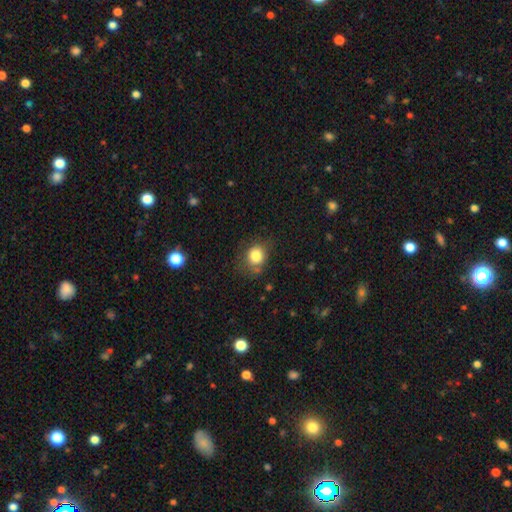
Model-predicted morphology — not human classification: smooth_or_featured: smooth (p=0.82) [alt: star or artifact p=0.10]
how_rounded: round (p=0.66) [alt: in between p=0.34]
merging: none (p=0.69) [alt: minor disturbance p=0.21]